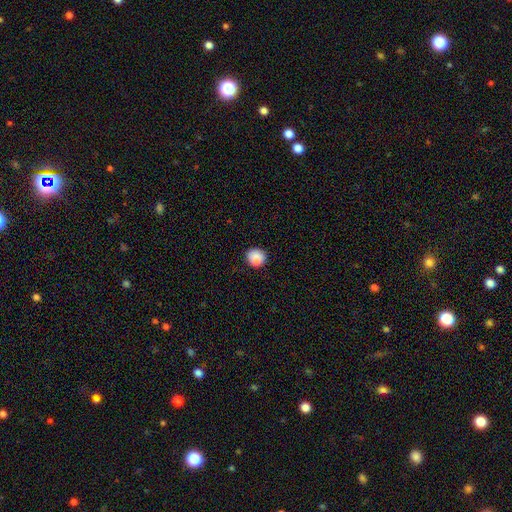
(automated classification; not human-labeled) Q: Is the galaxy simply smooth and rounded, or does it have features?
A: smooth — 86%.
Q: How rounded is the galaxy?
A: round — 86%.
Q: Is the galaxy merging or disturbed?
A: none — 79%.